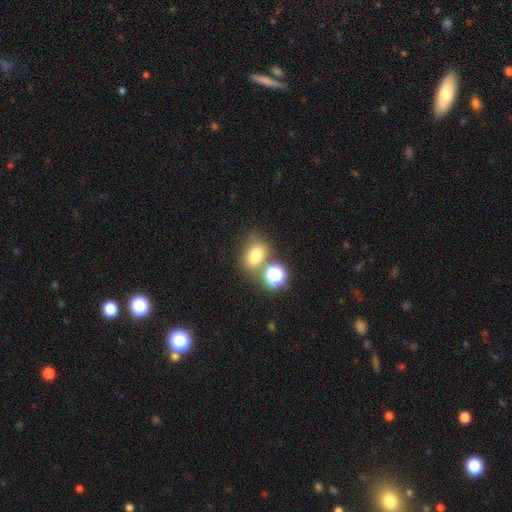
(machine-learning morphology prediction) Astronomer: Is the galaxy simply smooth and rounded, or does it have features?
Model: smooth — 74%.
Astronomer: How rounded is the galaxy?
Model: in between — 57% (runner-up: round, 42%).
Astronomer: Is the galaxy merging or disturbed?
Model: none — 60%.